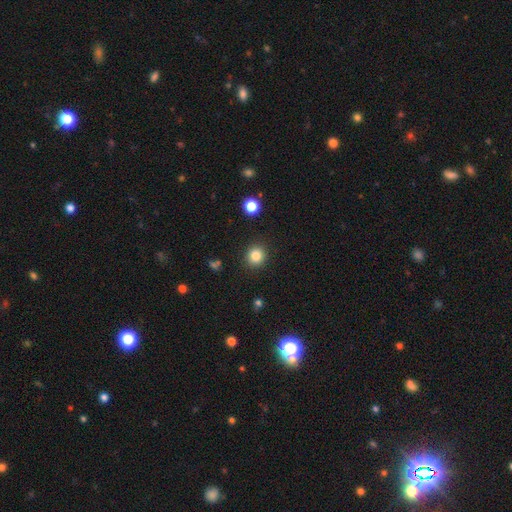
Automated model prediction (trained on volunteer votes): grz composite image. It shows a smooth galaxy with no disk features (84%) that is round (87%). Merging: none (90%).